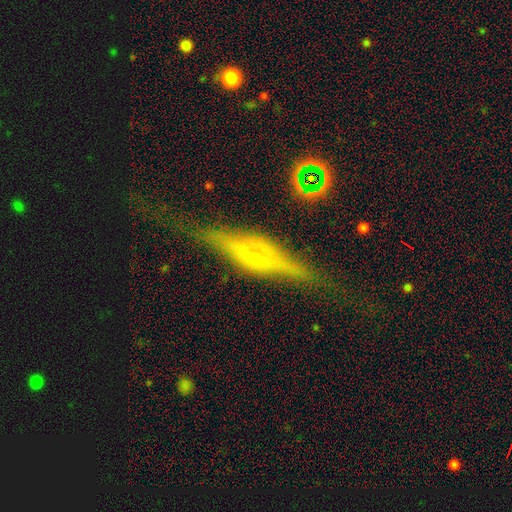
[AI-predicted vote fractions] Q: Smooth or featured?
A: featured or disk (74%); runner-up: smooth (17%)
Q: Edge-on disk?
A: yes (95%); runner-up: no (5%)
Q: Edge-on bulge?
A: rounded (73%); runner-up: boxy (18%)
Q: Merging?
A: none (74%); runner-up: minor disturbance (17%)